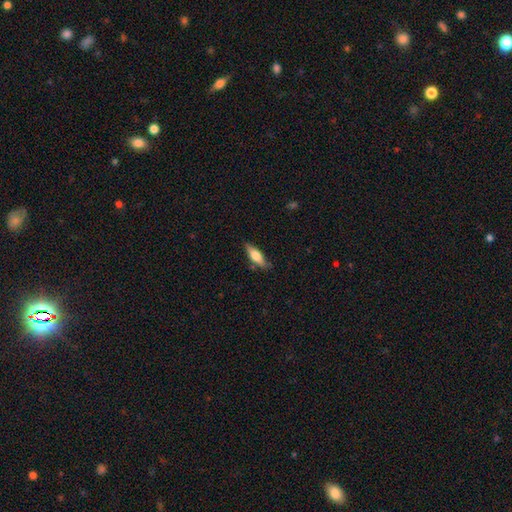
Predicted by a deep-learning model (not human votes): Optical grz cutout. It shows a smooth galaxy with no disk features (62%) that is cigar-shaped (50%). Merging: none (78%).